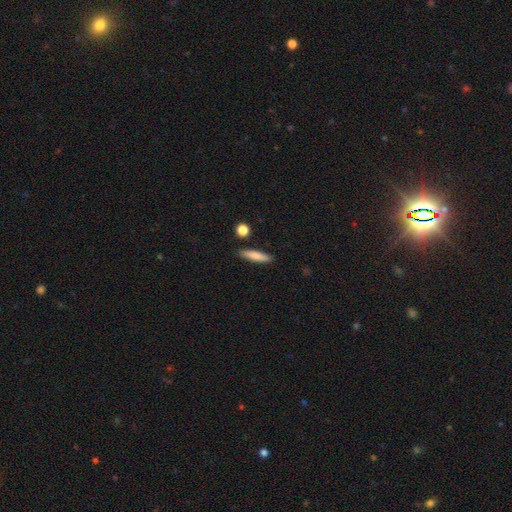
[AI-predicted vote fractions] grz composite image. It shows a smooth galaxy with no disk features (80%) that is cigar-shaped (80%). Merging: none (87%).